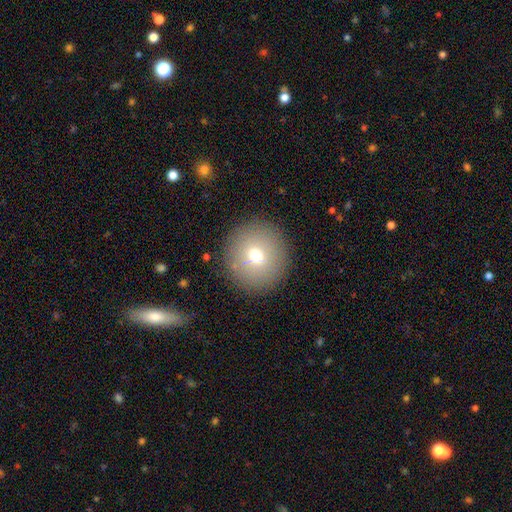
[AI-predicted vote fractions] Smooth or featured?
  - smooth: 69% *
  - featured or disk: 19%
  - star or artifact: 13%
How rounded?
  - round: 93% *
  - in between: 6%
  - cigar-shaped: 1%
Merging?
  - none: 89% *
  - minor disturbance: 7%
  - major disturbance: 3%
  - merger: 1%